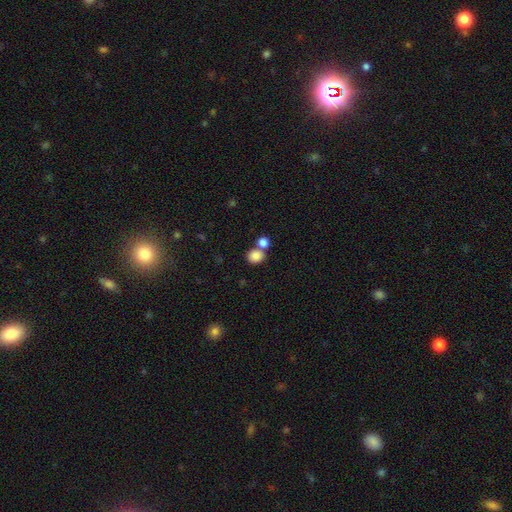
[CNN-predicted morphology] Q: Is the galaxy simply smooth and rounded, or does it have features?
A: smooth — 85%.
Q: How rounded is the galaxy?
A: round — 68%.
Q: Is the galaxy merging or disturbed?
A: none — 55%.